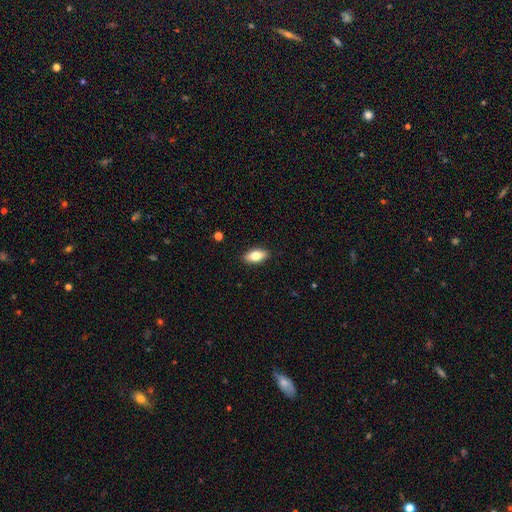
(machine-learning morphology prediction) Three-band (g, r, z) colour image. It shows a smooth galaxy with no disk features (76%) that is in between round and cigar-shaped (89%). Merging: none (90%).